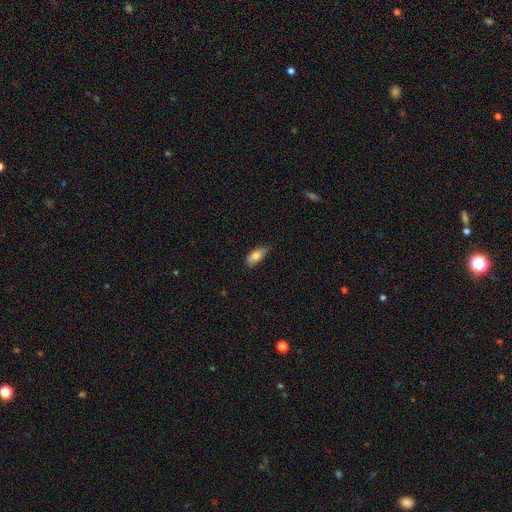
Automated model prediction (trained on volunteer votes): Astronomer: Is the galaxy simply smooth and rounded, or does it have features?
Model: smooth — 78%.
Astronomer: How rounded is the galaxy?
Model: in between — 83%.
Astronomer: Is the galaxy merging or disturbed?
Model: none — 59%.